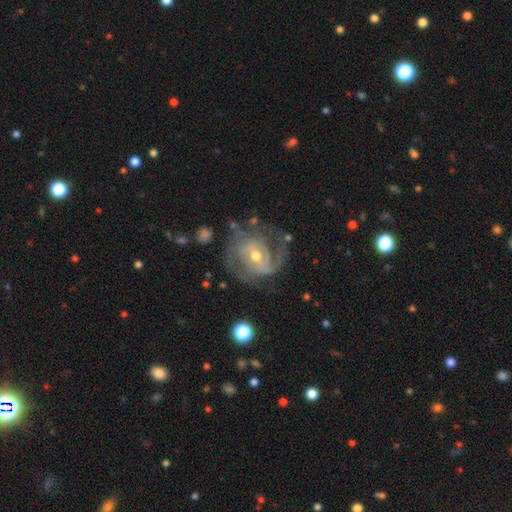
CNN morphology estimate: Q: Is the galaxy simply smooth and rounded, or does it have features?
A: featured or disk — 86%.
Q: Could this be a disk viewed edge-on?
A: no — 97%.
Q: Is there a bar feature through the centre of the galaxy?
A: no — 45%.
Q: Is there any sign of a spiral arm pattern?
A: yes — 92%.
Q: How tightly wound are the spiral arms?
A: tight — 49%.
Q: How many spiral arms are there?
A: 2 — 51%.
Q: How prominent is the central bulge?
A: moderate — 66%.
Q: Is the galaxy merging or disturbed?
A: none — 63%.